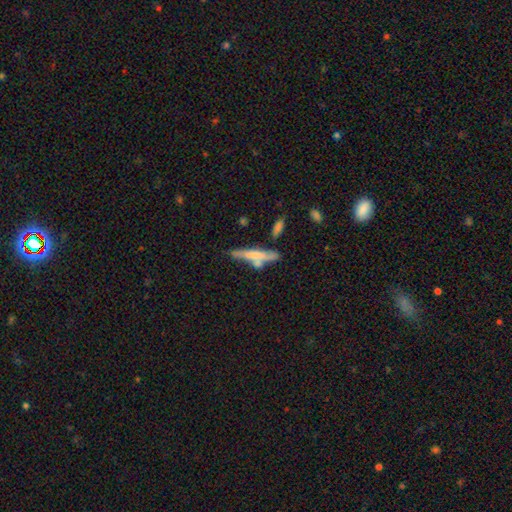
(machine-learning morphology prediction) This is possibly a smooth galaxy (53%). How rounded: clearly cigar-shaped (86%). Merging: possibly none (56%).